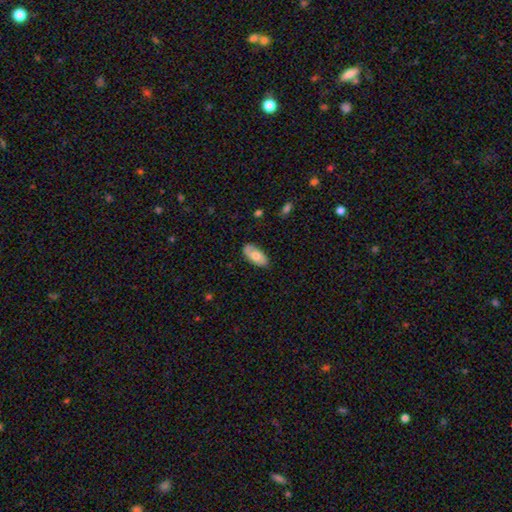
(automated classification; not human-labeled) The model was most divided on "smooth or featured": smooth: 71%, featured or disk: 23%, star or artifact: 6%. More confident: how rounded — in between (92%); merging — none (76%).